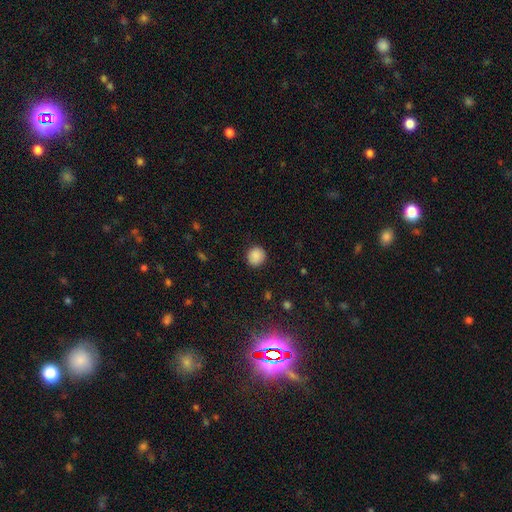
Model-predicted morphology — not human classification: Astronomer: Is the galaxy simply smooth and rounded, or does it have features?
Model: smooth — 88%.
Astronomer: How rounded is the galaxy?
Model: round — 89%.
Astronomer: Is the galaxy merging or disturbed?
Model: none — 89%.